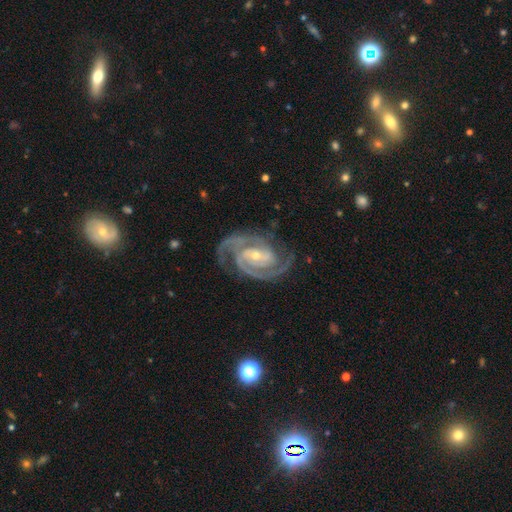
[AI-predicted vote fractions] Morphology: type=featured or disk (93%); edge-on=no (98%); bar=no (42%); spiral arms=yes (99%); winding=tight (64%); arm count=2 (71%); bulge=small (64%); merging=none (79%).